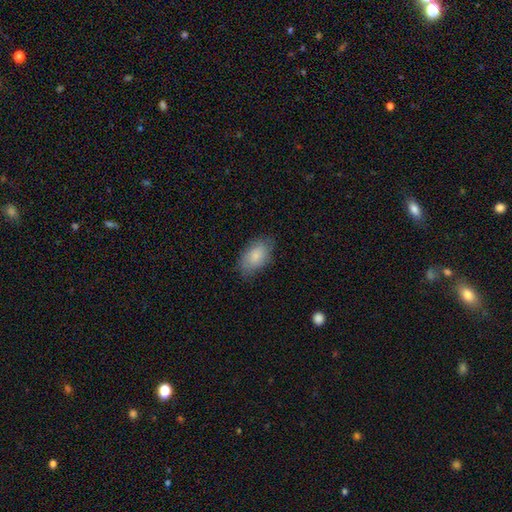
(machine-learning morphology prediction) Smooth or featured? smooth (83%)
How rounded? in between (93%)
Merging? none (77%)